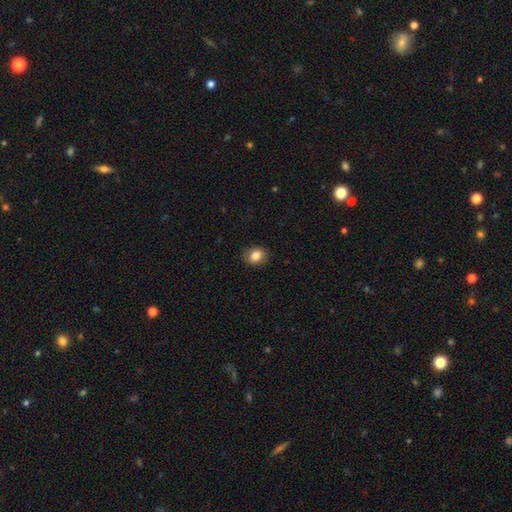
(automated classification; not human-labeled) Smooth or featured? Predicted: smooth (p=0.84). How rounded? Predicted: in between (p=0.50). Merging? Predicted: none (p=0.86).